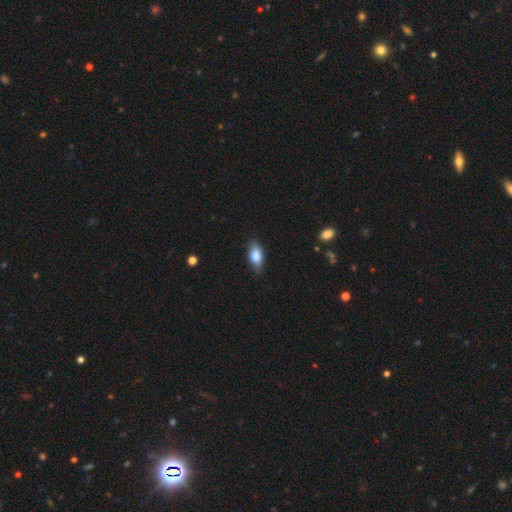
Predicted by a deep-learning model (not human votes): Morphology: type=smooth (79%); roundness=in between (85%); merging=none (83%).